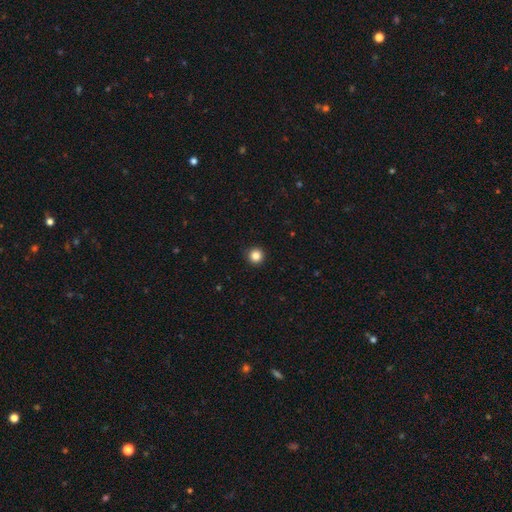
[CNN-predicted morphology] This appears to be a smooth galaxy with no disk features (85%) that is round (96%). Merging: none (93%).